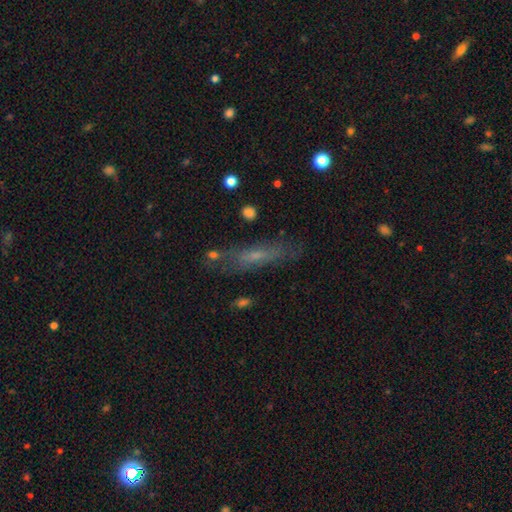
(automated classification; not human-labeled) A featured or disk galaxy (45%). Merging: none (75%).